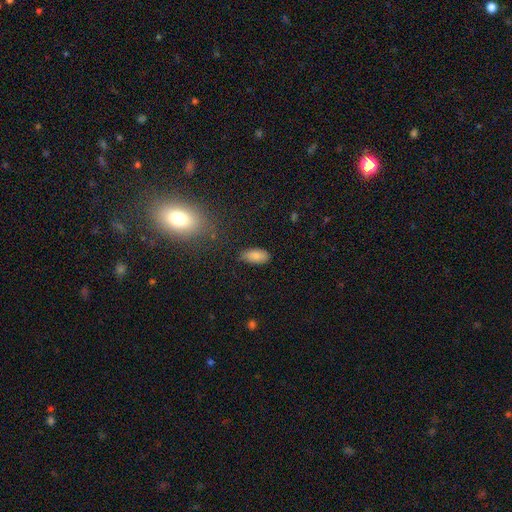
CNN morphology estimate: Q: Smooth or featured?
A: smooth (83%); runner-up: star or artifact (9%)
Q: How rounded?
A: in between (92%); runner-up: cigar-shaped (5%)
Q: Merging?
A: none (74%); runner-up: minor disturbance (20%)